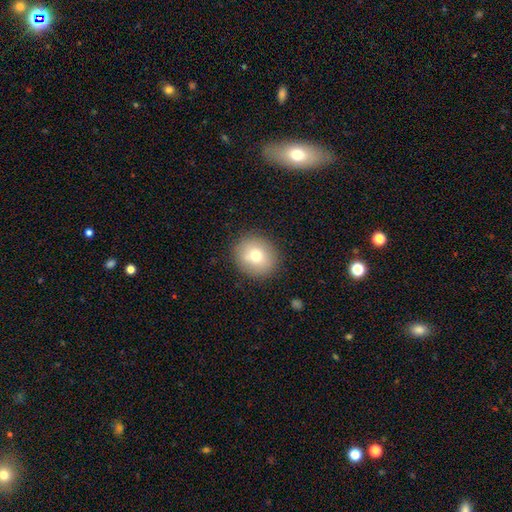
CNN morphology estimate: The model was most divided on "how rounded": round: 78%, in between: 21%, cigar-shaped: 1%. More confident: merging — none (89%); smooth or featured — smooth (76%).